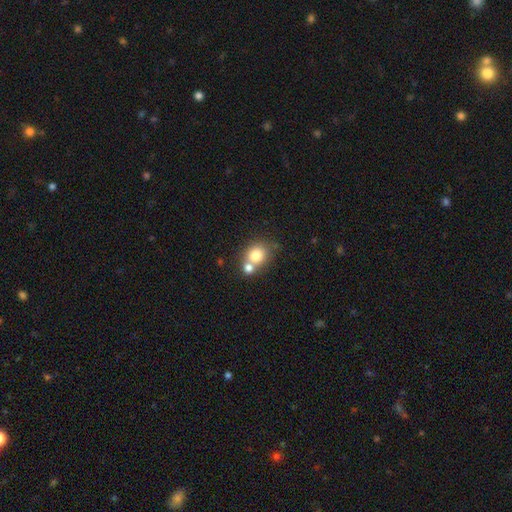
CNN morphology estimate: This is likely a smooth galaxy (77%). How rounded: likely round (74%). Merging: possibly merger (46%).